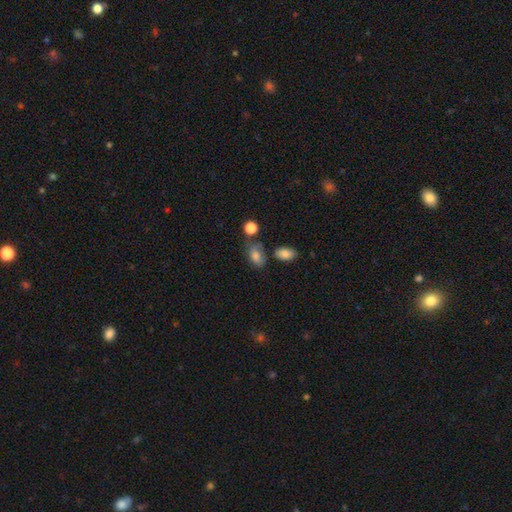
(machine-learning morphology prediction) A smooth galaxy with no disk features (79%) that is in between round and cigar-shaped (83%). Merging: none (54%).